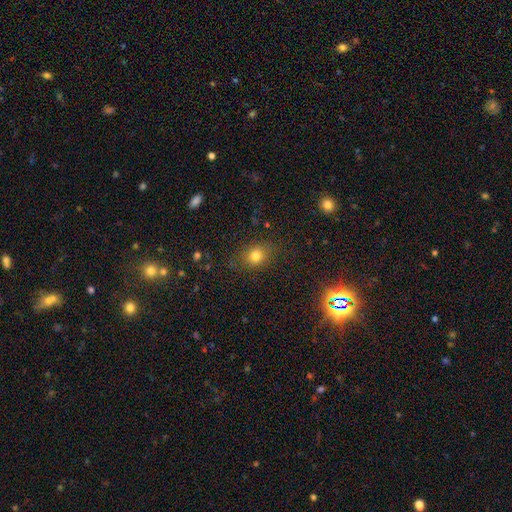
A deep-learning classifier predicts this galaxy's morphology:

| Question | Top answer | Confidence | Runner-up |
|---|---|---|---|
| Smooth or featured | smooth | 77% | star or artifact (14%) |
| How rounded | round | 51% | in between (48%) |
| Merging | none | 81% | minor disturbance (13%) |